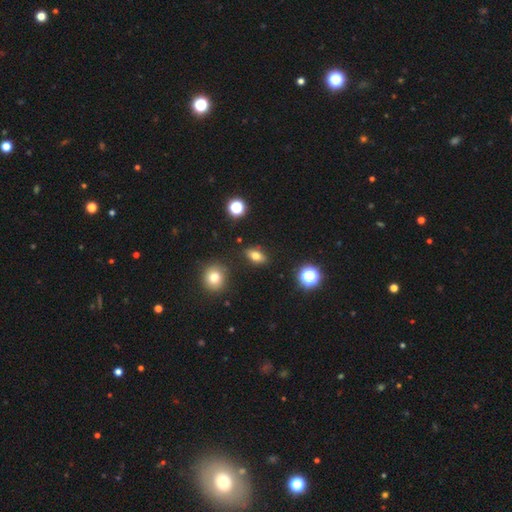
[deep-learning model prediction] Smooth or featured: smooth — 71% (featured or disk — 16%)
How rounded: in between — 76% (round — 14%)
Merging: none — 85% (minor disturbance — 10%)